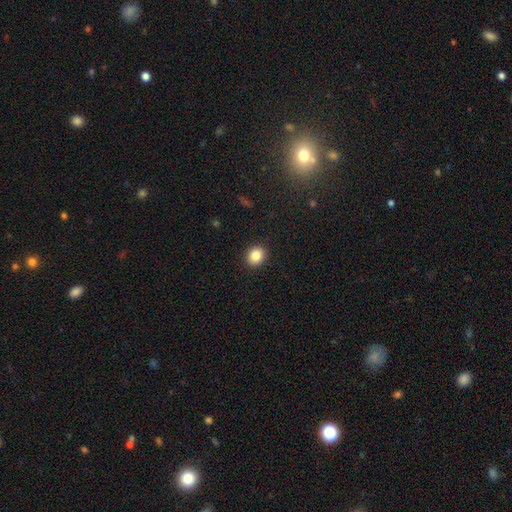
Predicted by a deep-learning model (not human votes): smooth-or-featured: smooth: 85% | star or artifact: 10% | featured or disk: 5%
  how-rounded: round: 71% | in between: 28% | cigar-shaped: 1%
  merging: none: 91% | minor disturbance: 6% | major disturbance: 2% | merger: 1%